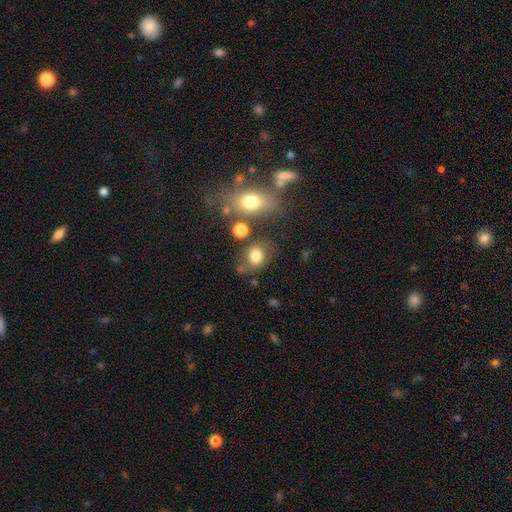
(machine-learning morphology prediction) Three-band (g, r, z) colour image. It shows a smooth galaxy with no disk features (78%) that is in between round and cigar-shaped (54%). Merging: none (60%).